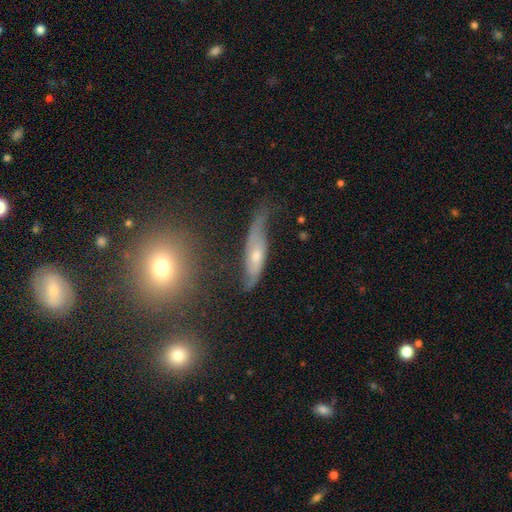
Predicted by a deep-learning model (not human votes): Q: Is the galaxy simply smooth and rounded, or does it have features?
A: featured or disk — 64%.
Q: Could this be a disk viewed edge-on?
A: no — 69%.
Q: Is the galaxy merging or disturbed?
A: none — 47%.